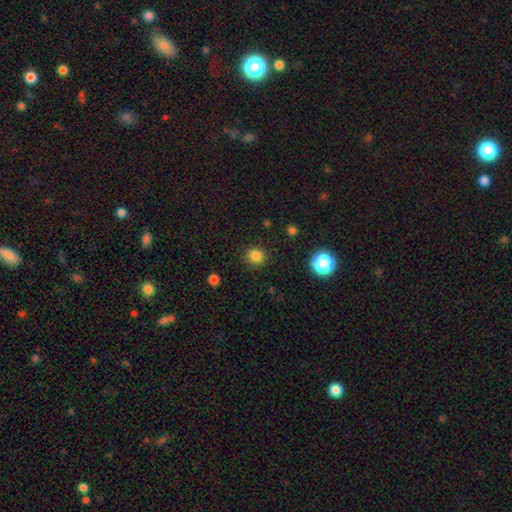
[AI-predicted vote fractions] Smooth or featured? smooth (83%)
How rounded? round (85%)
Merging? none (88%)